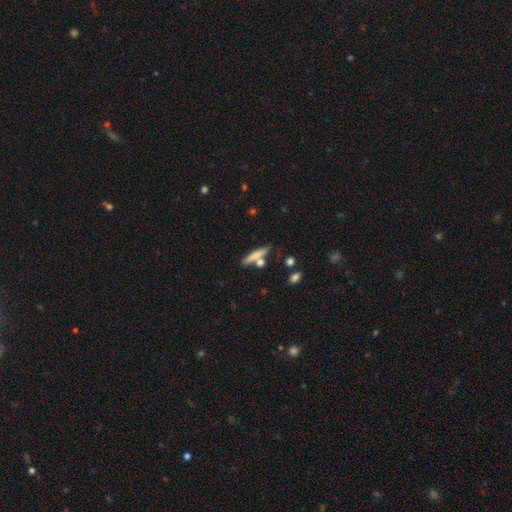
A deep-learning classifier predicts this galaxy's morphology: Overall: smooth (62%; featured or disk 30%). How rounded: cigar-shaped (82%). Merging: none (65%).